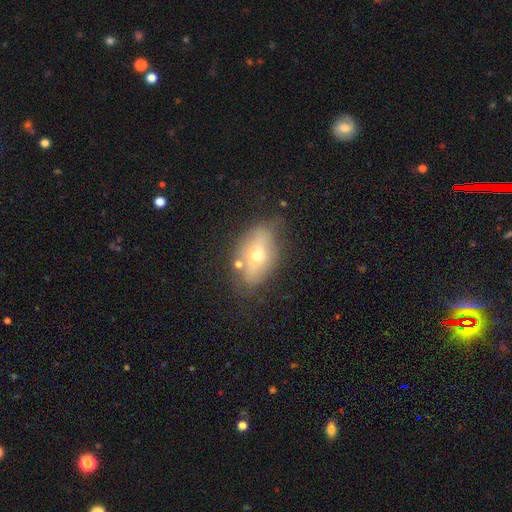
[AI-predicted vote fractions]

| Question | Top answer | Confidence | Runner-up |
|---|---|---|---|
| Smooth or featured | smooth | 48% | featured or disk (41%) |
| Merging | none | 67% | minor disturbance (21%) |